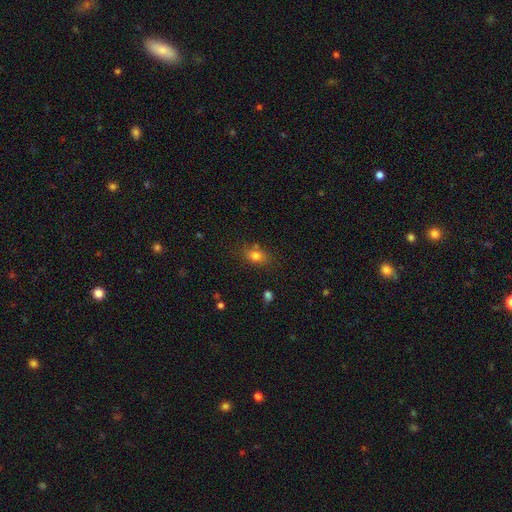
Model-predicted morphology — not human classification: The model was most divided on "how rounded": in between: 70%, round: 27%, cigar-shaped: 2%. More confident: smooth or featured — smooth (79%); merging — none (76%).